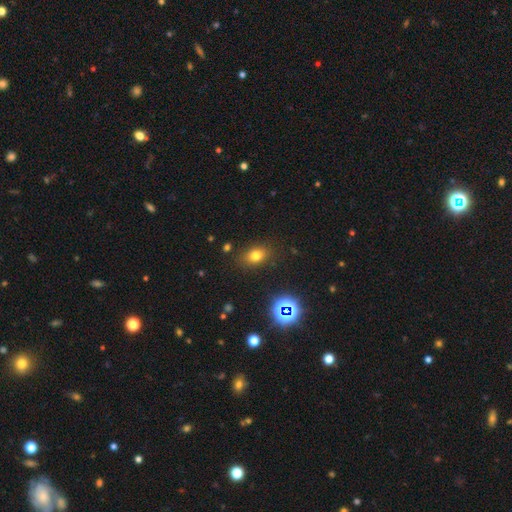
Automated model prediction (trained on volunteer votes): smooth 72%, star or artifact 19%, featured or disk 9%. Down the decision tree: how rounded — in between (62%); merging — none (85%).